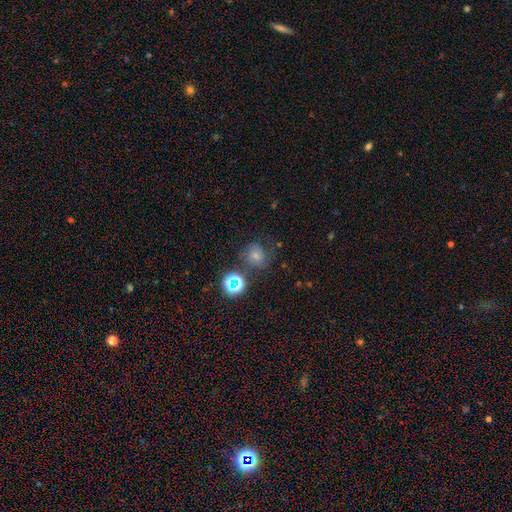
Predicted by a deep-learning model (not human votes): Smooth or featured: star or artifact — 37% (smooth — 35%)